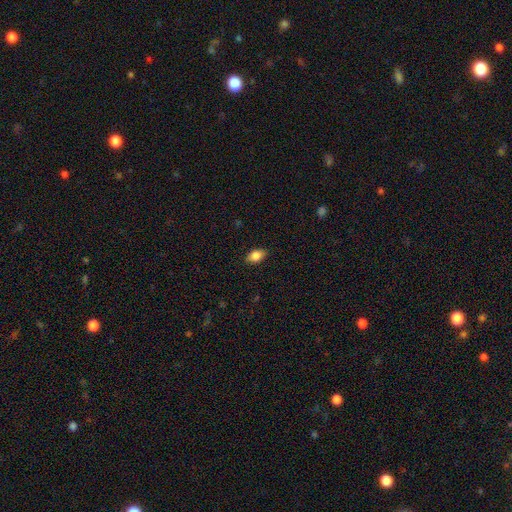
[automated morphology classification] Smooth or featured? Predicted: smooth (p=0.80). How rounded? Predicted: in between (p=0.85). Merging? Predicted: none (p=0.85).